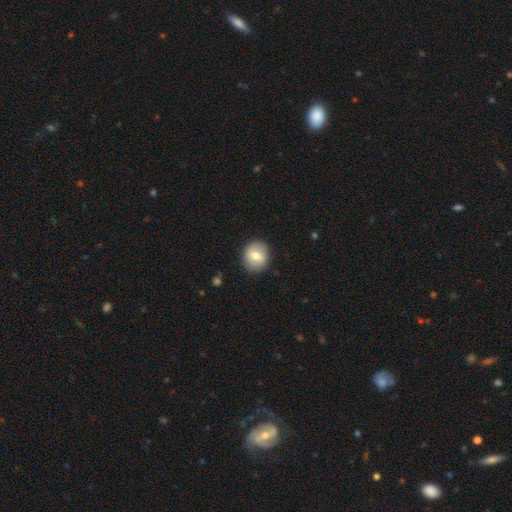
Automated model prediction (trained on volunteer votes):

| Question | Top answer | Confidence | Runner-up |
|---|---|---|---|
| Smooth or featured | smooth | 69% | featured or disk (23%) |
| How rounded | round | 74% | in between (25%) |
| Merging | none | 88% | minor disturbance (9%) |